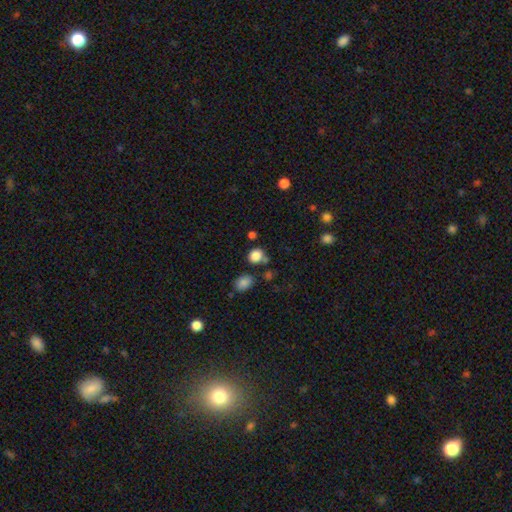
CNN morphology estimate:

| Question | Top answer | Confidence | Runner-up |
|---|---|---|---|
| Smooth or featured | smooth | 84% | star or artifact (11%) |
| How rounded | round | 70% | in between (29%) |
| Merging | none | 73% | minor disturbance (12%) |